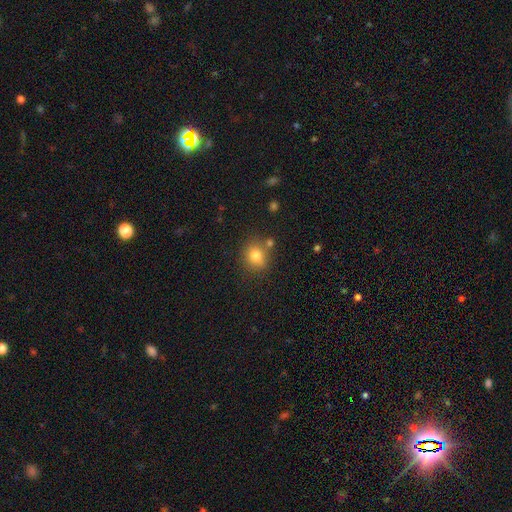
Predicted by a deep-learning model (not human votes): Smooth or featured? smooth (79%)
How rounded? round (77%)
Merging? none (73%)